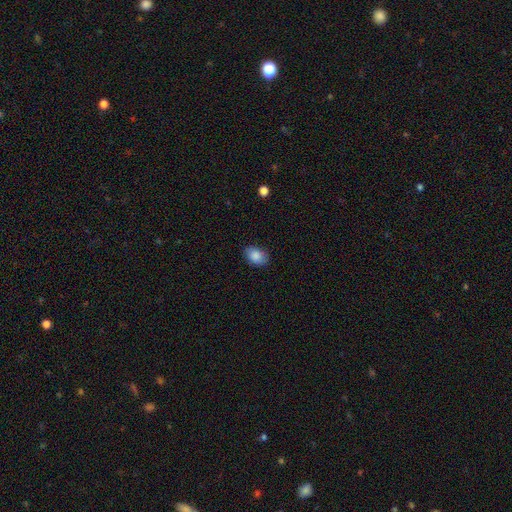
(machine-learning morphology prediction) Q: Smooth or featured?
A: smooth (87%); runner-up: star or artifact (8%)
Q: How rounded?
A: in between (78%); runner-up: round (21%)
Q: Merging?
A: none (83%); runner-up: minor disturbance (13%)